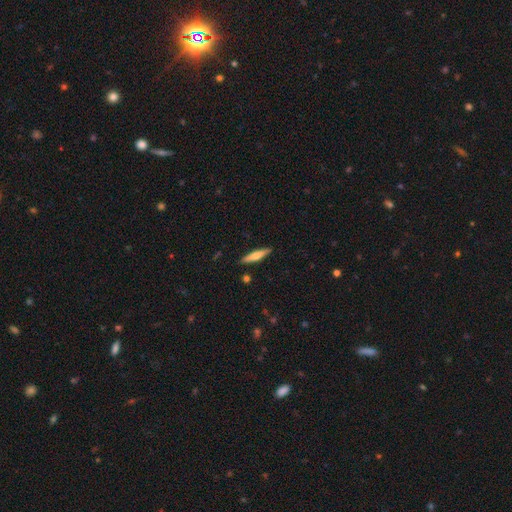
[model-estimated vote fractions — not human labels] Smooth or featured? smooth (54%)
How rounded? cigar-shaped (85%)
Merging? none (89%)